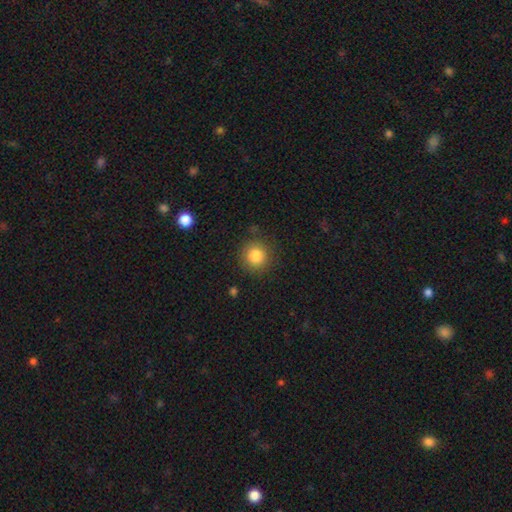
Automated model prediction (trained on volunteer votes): Q: Smooth or featured?
A: smooth (83%); runner-up: star or artifact (10%)
Q: How rounded?
A: round (92%); runner-up: in between (7%)
Q: Merging?
A: none (87%); runner-up: minor disturbance (9%)